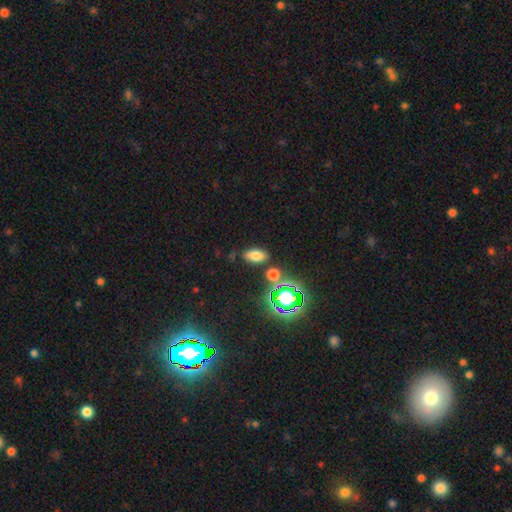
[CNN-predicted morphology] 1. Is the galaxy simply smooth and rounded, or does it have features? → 67% smooth, 22% star or artifact, 11% featured or disk.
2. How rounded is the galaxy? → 86% in between, 8% round, 6% cigar-shaped.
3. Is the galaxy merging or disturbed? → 82% none, 10% minor disturbance, 5% merger, 3% major disturbance.